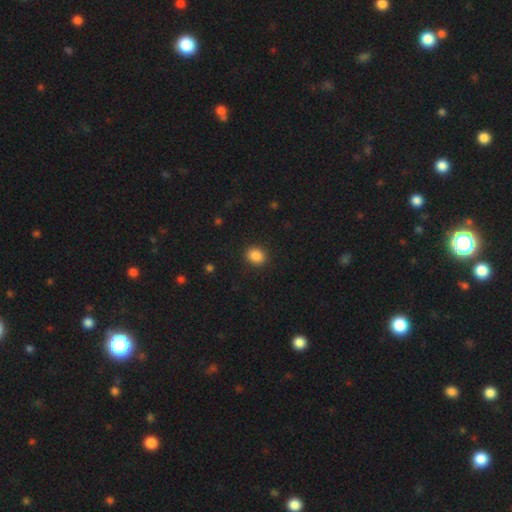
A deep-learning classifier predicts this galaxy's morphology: A smooth galaxy with no disk features (87%) that is round (58%). Merging: none (90%).